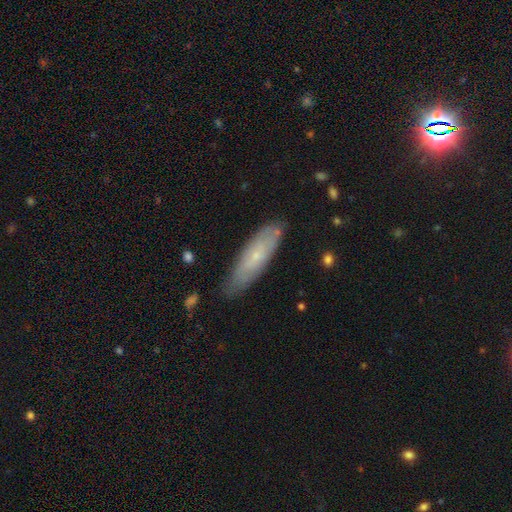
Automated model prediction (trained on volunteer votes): Smooth or featured? Predicted: smooth (p=0.56). How rounded? Predicted: cigar-shaped (p=0.56). Merging? Predicted: none (p=0.77).